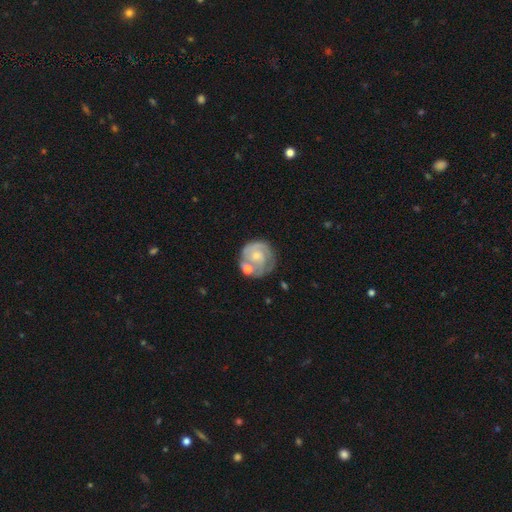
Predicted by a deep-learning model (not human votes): Smooth or featured? featured or disk (70%)
Edge-on disk? no (98%)
Bar? no (73%)
Spiral arms? yes (82%)
Spiral winding? tight (67%)
Spiral arm count? 2 (38%)
Bulge size? moderate (49%)
Merging? none (61%)